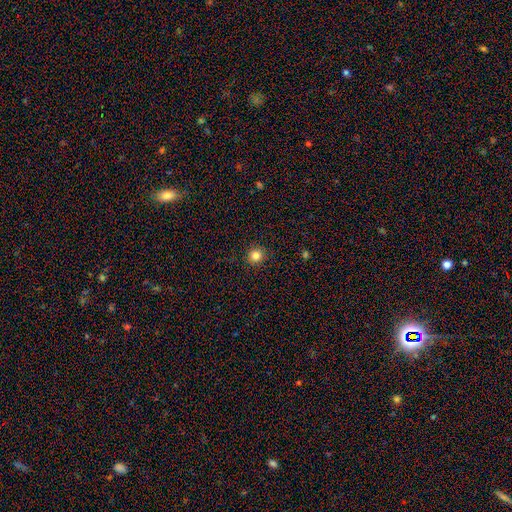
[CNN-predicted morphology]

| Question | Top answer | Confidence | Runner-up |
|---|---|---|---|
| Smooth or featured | smooth | 83% | star or artifact (12%) |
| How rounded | round | 92% | in between (7%) |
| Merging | none | 92% | minor disturbance (6%) |